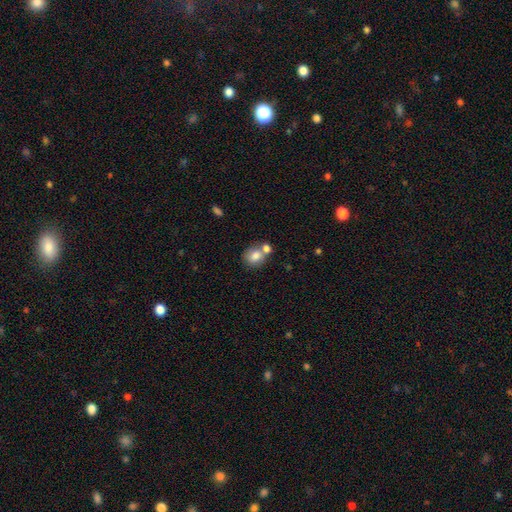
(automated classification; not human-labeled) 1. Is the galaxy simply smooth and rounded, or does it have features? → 80% smooth, 11% featured or disk, 9% star or artifact.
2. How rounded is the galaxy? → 72% round, 27% in between, 1% cigar-shaped.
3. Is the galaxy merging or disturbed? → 53% none, 33% merger, 11% minor disturbance, 4% major disturbance.